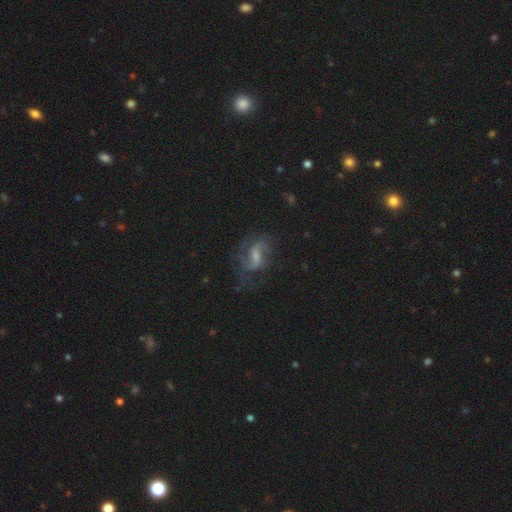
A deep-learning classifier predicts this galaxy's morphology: The model was most divided on "spiral winding": medium: 45%, loose: 39%, tight: 15%. Remaining: edge-on disk — no (97%); spiral arms — yes (92%); smooth or featured — featured or disk (77%); spiral arm count — 2 (72%); merging — none (58%); bar — weak (54%); bulge size — small (41%).